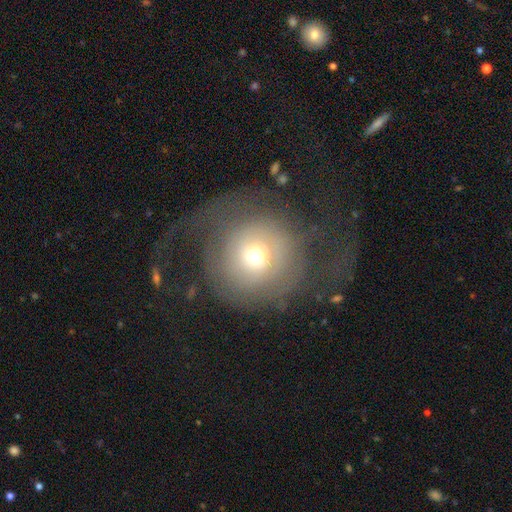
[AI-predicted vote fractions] Overall: smooth (47%; featured or disk 40%). Merging: none (46%; major disturbance 37%).